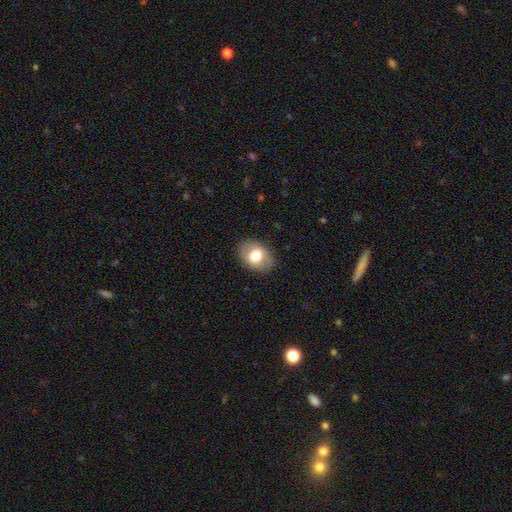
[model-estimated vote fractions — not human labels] Overall: smooth (71%). How rounded: in between (75%). Merging: none (86%).